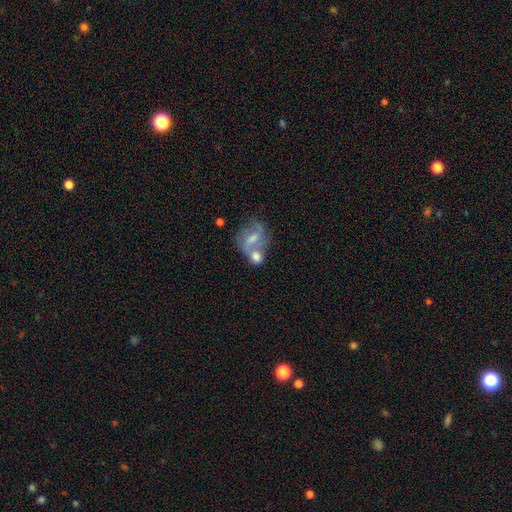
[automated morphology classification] Smooth or featured? smooth (50%)
How rounded? round (49%, tied with in between)
Merging? merger (54%)